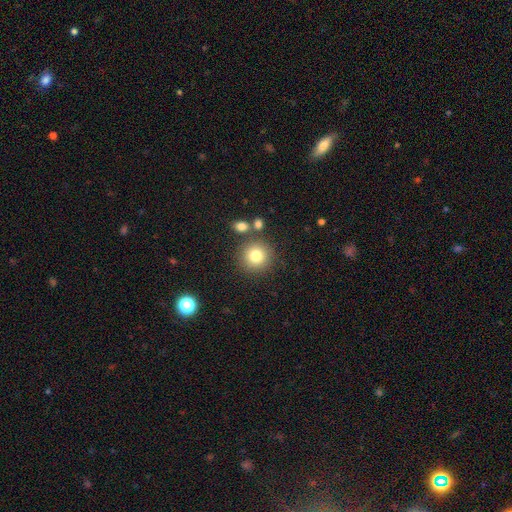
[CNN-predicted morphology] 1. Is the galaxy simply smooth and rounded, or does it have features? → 80% smooth, 11% star or artifact, 9% featured or disk.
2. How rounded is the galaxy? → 92% round, 7% in between, 1% cigar-shaped.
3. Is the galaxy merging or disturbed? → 80% none, 9% merger, 8% minor disturbance, 3% major disturbance.